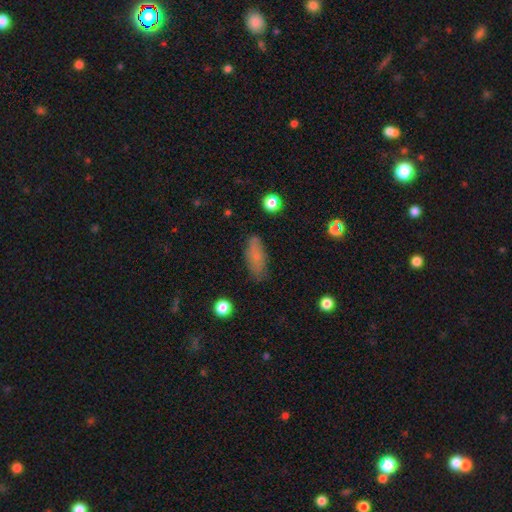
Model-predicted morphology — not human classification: This appears to be a smooth galaxy with no disk features (74%) that is in between round and cigar-shaped (74%). Merging: none (78%).